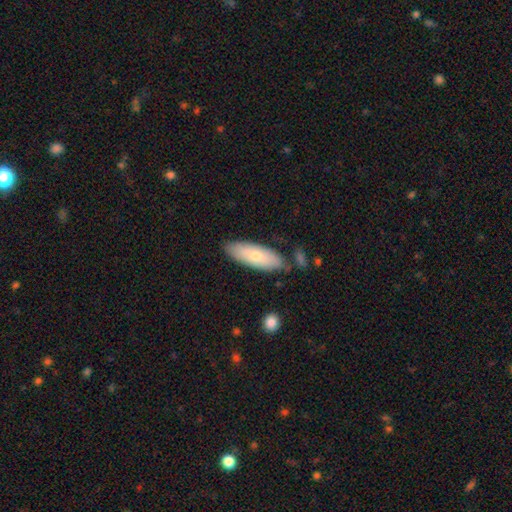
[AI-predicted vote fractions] Morphology: type=smooth (69%); roundness=in between (65%); merging=none (78%).